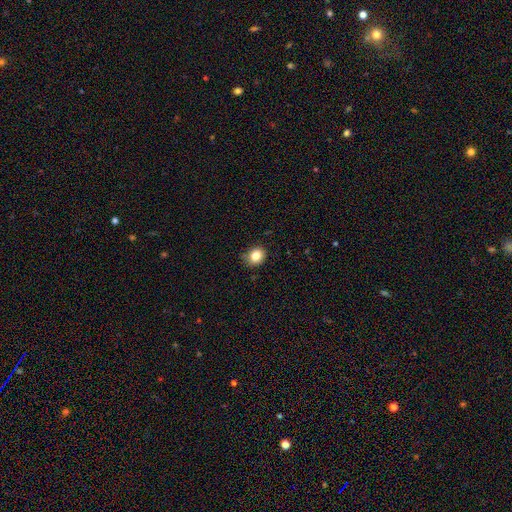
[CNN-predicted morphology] smooth 84%, star or artifact 10%, featured or disk 6%. Down the decision tree: how rounded — round (68%); merging — none (81%).